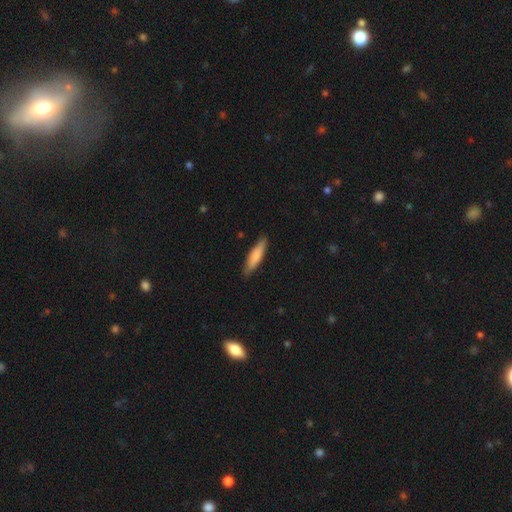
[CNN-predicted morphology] smooth-or-featured: smooth: 79% | featured or disk: 15% | star or artifact: 5%
  how-rounded: cigar-shaped: 76% | in between: 23% | round: 1%
  merging: none: 86% | minor disturbance: 11% | major disturbance: 2% | merger: 1%